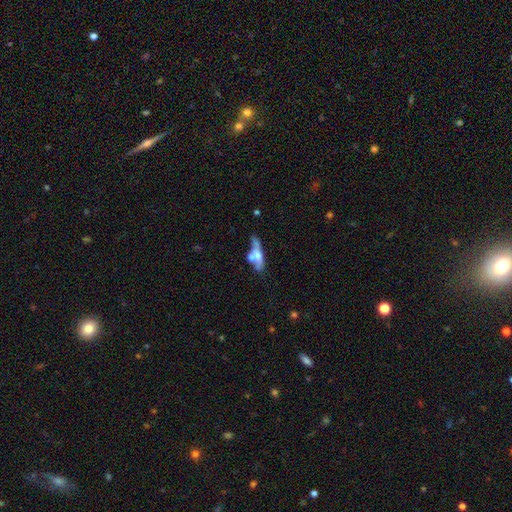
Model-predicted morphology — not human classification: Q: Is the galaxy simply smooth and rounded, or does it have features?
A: featured or disk — 47%.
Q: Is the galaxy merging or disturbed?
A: merger — 39%.